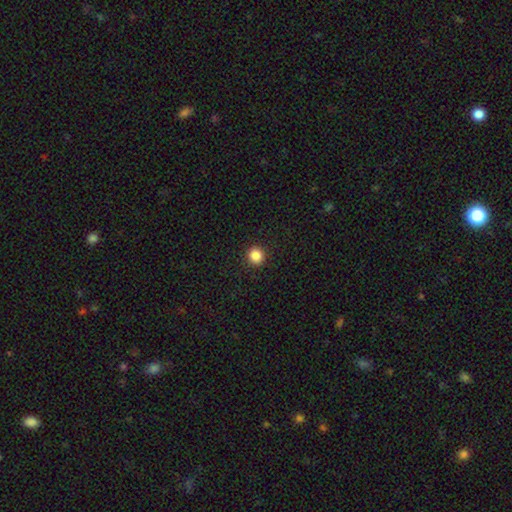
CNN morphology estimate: smooth 86%, star or artifact 10%, featured or disk 3%. Down the decision tree: how rounded — round (90%); merging — none (92%).